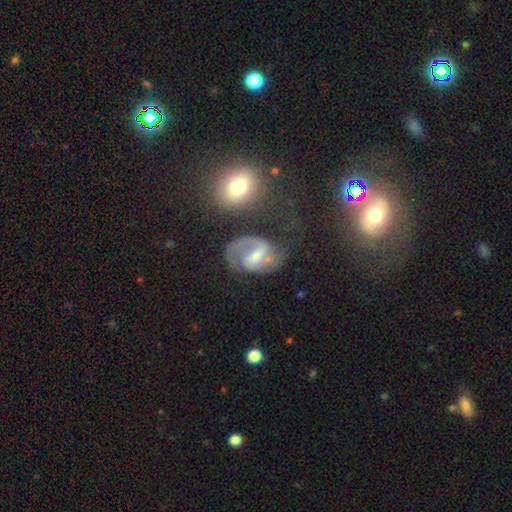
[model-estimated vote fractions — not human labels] Morphology: type=featured or disk (80%); edge-on=no (97%); bar=weak (47%); spiral arms=yes (92%); winding=medium (52%); arm count=2 (80%); bulge=small (49%); merging=none (56%).